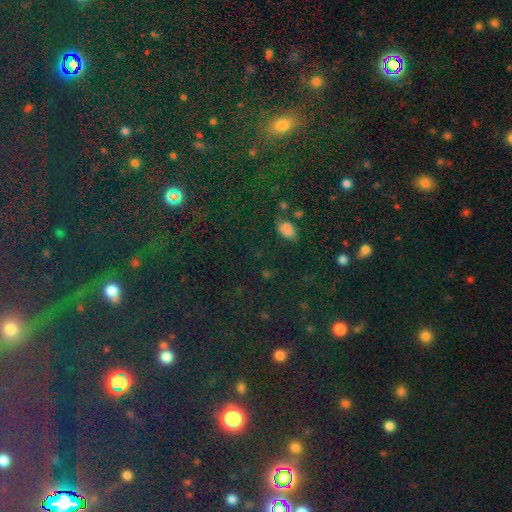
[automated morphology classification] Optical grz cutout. It shows a star or artifact, not a galaxy (66%).